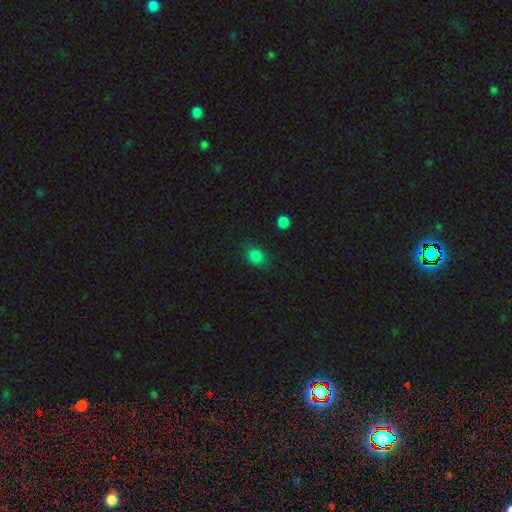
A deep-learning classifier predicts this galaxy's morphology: A smooth galaxy with no disk features (83%) that is round (50%). Merging: none (76%).